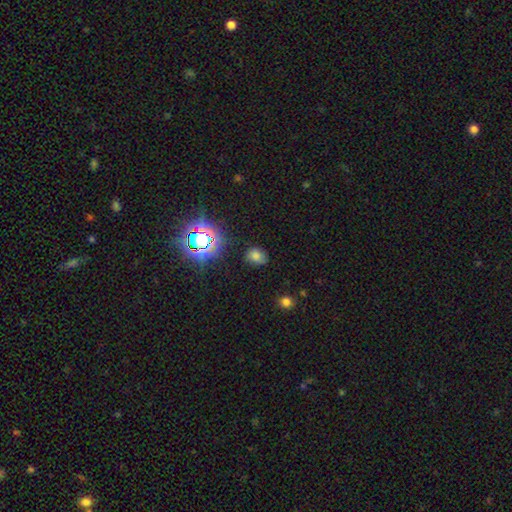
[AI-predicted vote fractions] Overall: smooth (66%). How rounded: in between (57%; round 41%). Merging: none (71%).